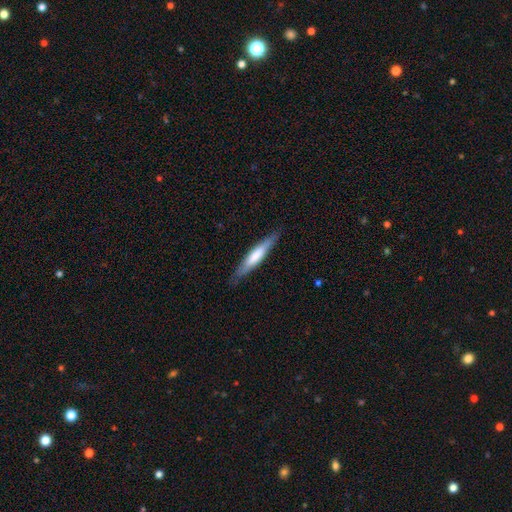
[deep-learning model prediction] Overall: smooth (60%; featured or disk 35%). How rounded: cigar-shaped (89%). Merging: none (84%).